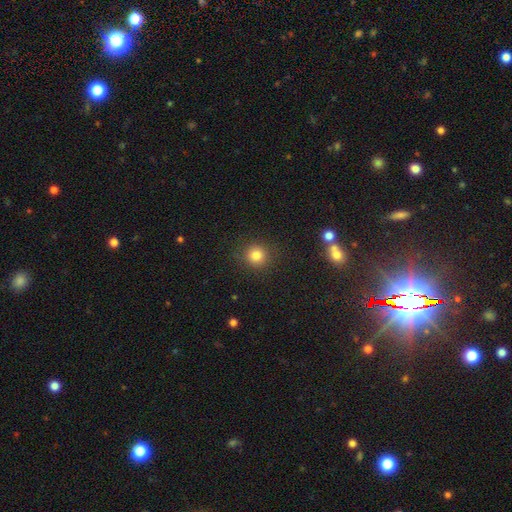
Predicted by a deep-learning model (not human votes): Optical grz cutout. It shows a smooth galaxy with no disk features (82%) that is round (92%). Merging: none (88%).